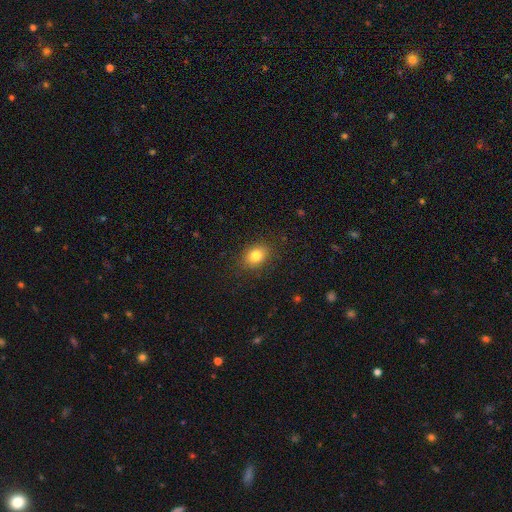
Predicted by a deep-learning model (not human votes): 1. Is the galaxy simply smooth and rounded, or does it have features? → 82% smooth, 11% star or artifact, 8% featured or disk.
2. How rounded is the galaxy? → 59% in between, 40% round, 1% cigar-shaped.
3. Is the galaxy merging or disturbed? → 87% none, 9% minor disturbance, 3% major disturbance, 1% merger.